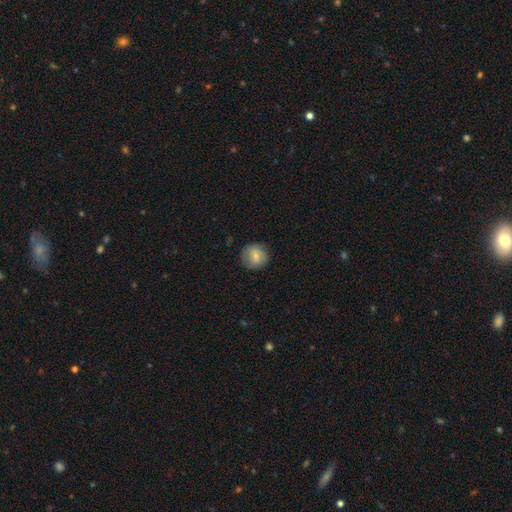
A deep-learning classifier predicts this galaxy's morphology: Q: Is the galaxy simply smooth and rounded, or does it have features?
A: smooth — 72%.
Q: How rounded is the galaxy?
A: round — 90%.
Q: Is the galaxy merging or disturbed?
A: none — 82%.